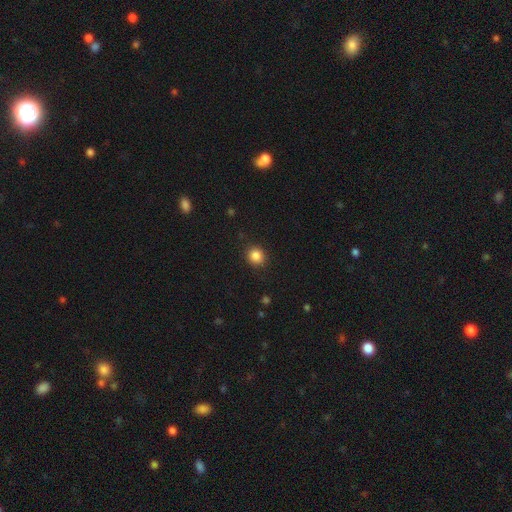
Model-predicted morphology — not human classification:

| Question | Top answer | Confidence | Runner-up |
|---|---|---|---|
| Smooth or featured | smooth | 86% | star or artifact (10%) |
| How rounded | round | 82% | in between (17%) |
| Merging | none | 89% | minor disturbance (8%) |